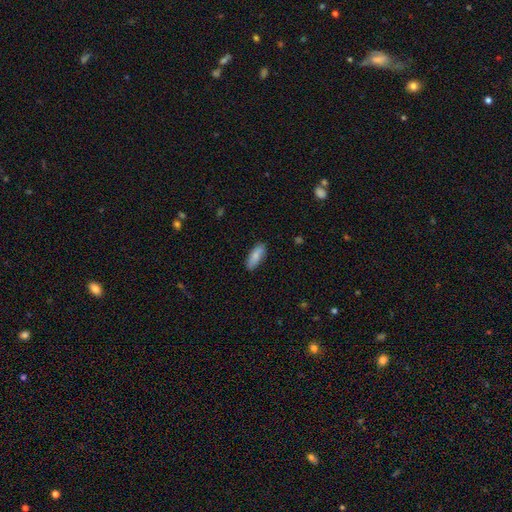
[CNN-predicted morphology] The model was most divided on "how rounded": in between: 73%, cigar-shaped: 25%, round: 2%. More confident: merging — none (85%); smooth or featured — smooth (83%).